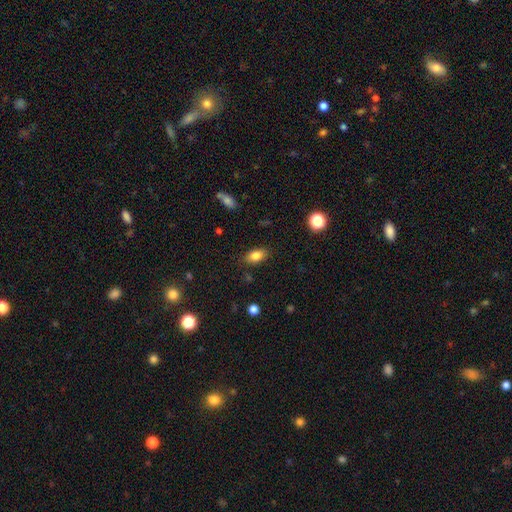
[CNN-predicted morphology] type=smooth (83%); roundness=in between (88%); merging=none (85%).